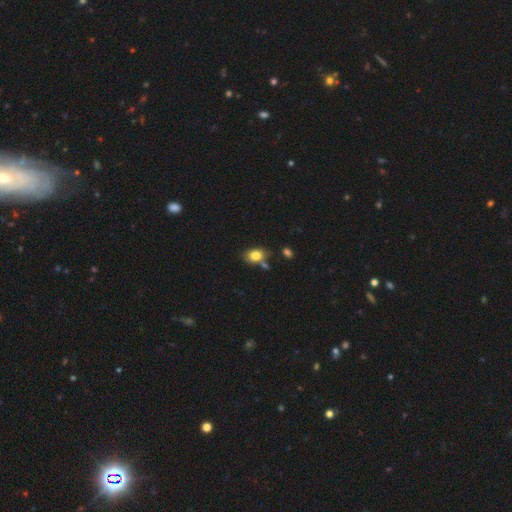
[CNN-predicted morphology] Smooth or featured?
  - smooth: 80% *
  - featured or disk: 10%
  - star or artifact: 9%
How rounded?
  - in between: 76% *
  - round: 22%
  - cigar-shaped: 2%
Merging?
  - none: 63% *
  - minor disturbance: 17%
  - merger: 15%
  - major disturbance: 5%